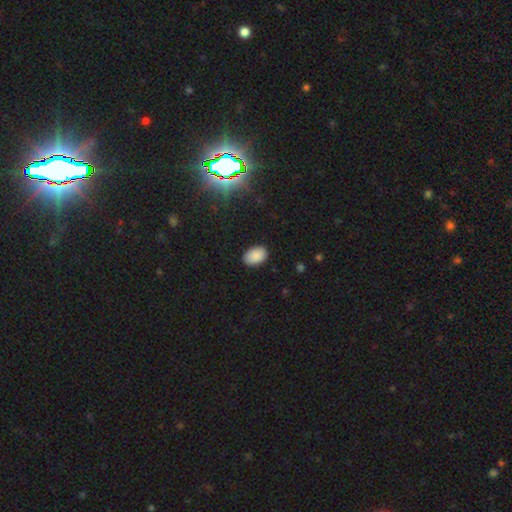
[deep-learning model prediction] A smooth galaxy with no disk features (88%) that is in between round and cigar-shaped (89%). Merging: none (87%).